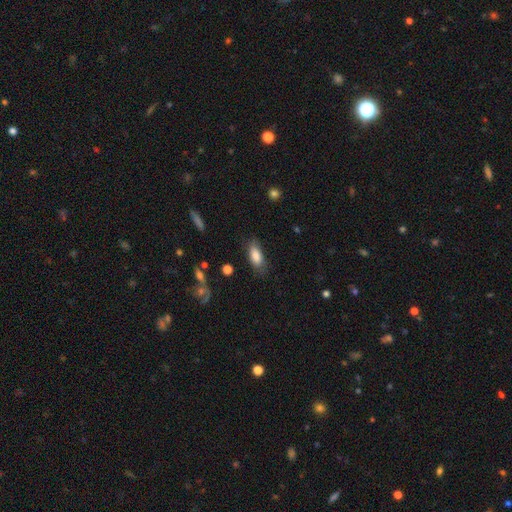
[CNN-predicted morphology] smooth 83%, featured or disk 11%, star or artifact 7%. Down the decision tree: how rounded — in between (83%); merging — none (74%).